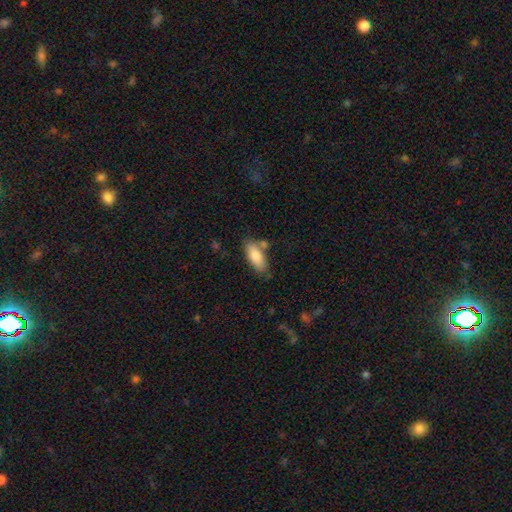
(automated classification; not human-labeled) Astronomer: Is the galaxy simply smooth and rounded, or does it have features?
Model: smooth — 79%.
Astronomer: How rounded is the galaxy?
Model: in between — 79%.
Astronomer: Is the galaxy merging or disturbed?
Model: none — 66%.